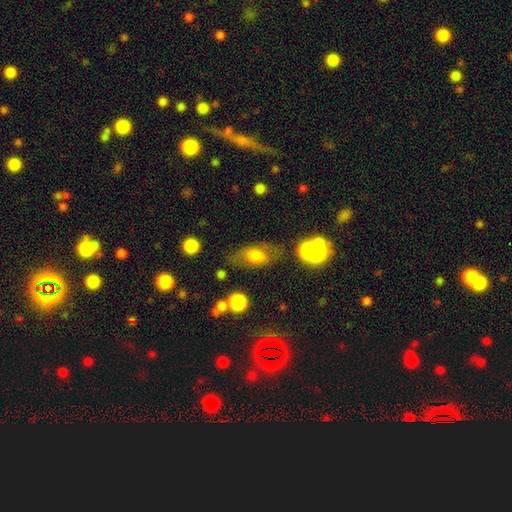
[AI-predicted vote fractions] Overall: smooth (66%). How rounded: in between (83%). Merging: none (58%; minor disturbance 21%).